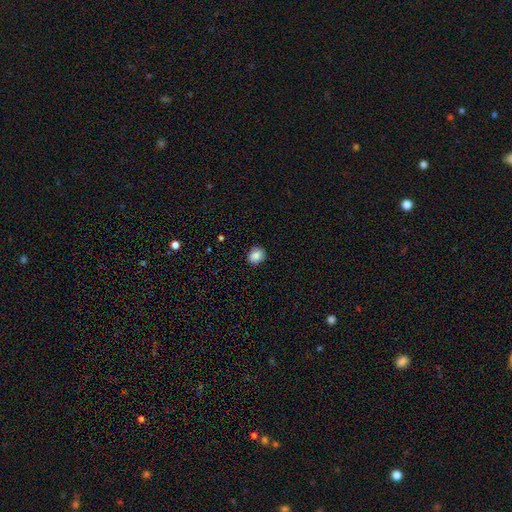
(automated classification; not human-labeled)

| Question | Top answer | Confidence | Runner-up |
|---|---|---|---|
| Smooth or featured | smooth | 87% | star or artifact (9%) |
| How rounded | round | 64% | in between (35%) |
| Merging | none | 88% | minor disturbance (9%) |